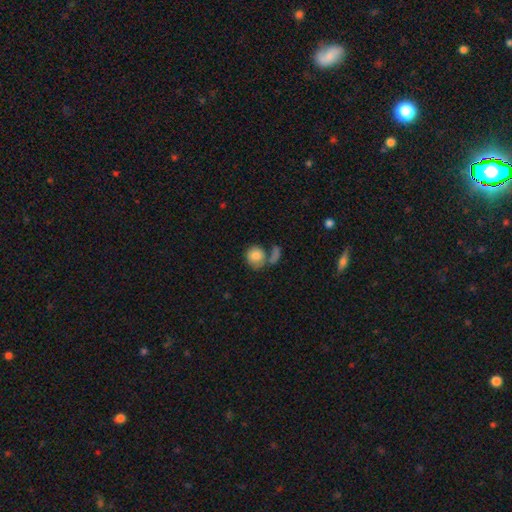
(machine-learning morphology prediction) A smooth galaxy with no disk features (82%) that is round (76%). Merging: none (41%).